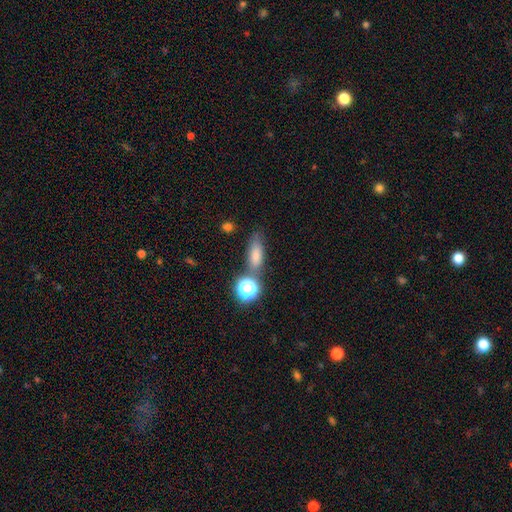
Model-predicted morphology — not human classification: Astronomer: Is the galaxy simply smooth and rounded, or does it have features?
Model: smooth — 75%.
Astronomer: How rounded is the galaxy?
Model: in between — 61%.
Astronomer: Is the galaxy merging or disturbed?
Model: none — 62%.